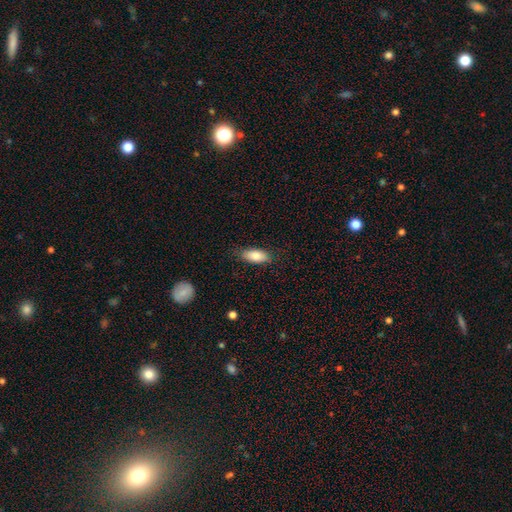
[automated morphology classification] smooth 82%, featured or disk 11%, star or artifact 7%. Down the decision tree: how rounded — in between (86%); merging — none (81%).